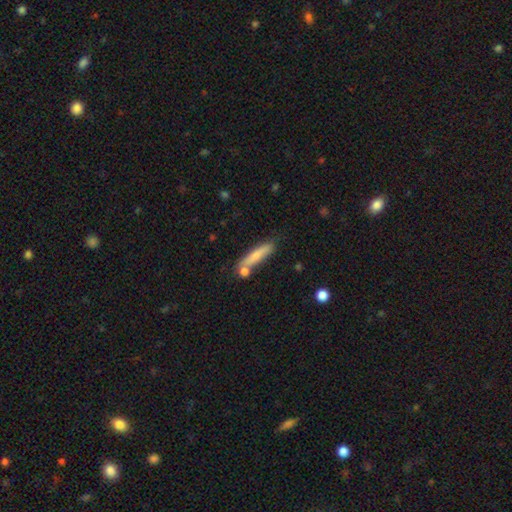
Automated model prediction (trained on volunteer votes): Morphology: type=smooth (67%); roundness=cigar-shaped (85%); merging=none (68%).